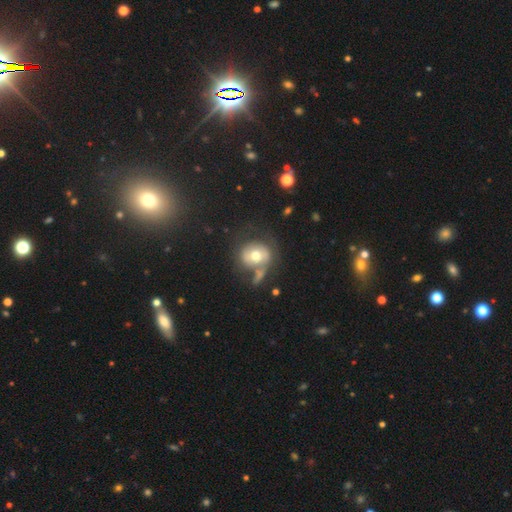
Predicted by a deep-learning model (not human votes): This appears to be a smooth galaxy with no disk features (55%) that is round (73%). Merging: none (42%).